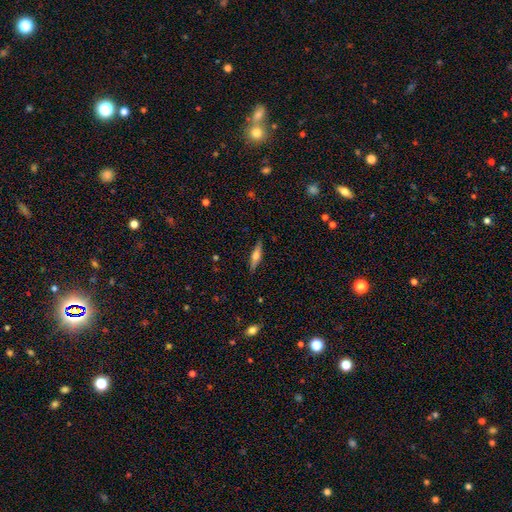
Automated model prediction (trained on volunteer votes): smooth-or-featured: featured or disk: 47% | smooth: 46% | star or artifact: 7%
  merging: none: 88% | minor disturbance: 9% | major disturbance: 2% | merger: 1%